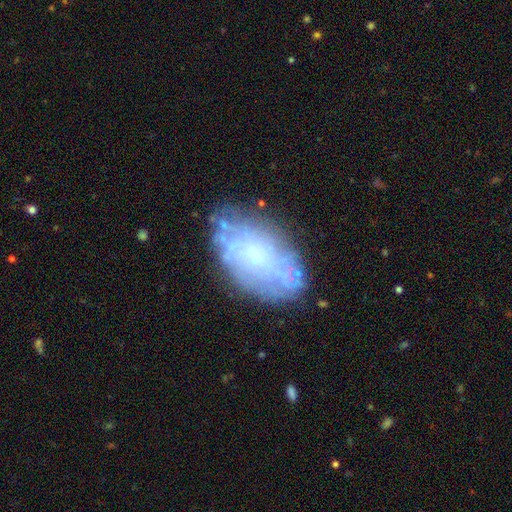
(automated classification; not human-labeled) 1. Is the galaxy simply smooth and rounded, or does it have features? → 55% featured or disk, 35% smooth, 10% star or artifact.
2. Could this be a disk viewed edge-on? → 94% no, 6% yes.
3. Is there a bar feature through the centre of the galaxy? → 80% no, 16% weak, 4% strong.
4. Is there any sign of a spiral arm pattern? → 56% no, 44% yes.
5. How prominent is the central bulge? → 46% small, 28% moderate, 18% none, 6% large, 2% dominant.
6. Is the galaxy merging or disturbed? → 69% none, 20% minor disturbance, 8% major disturbance, 3% merger.